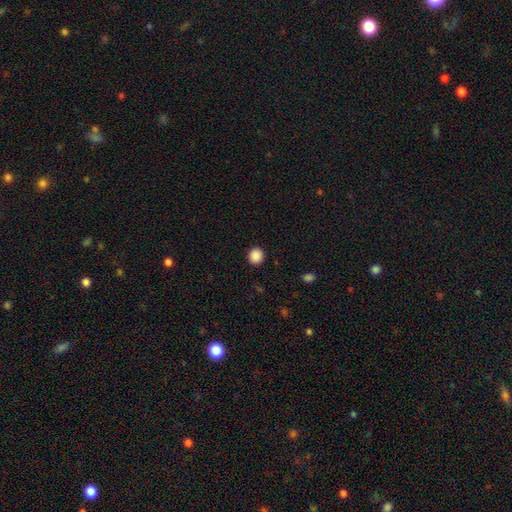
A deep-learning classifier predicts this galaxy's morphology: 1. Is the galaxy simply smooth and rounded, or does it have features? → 89% smooth, 9% star or artifact, 2% featured or disk.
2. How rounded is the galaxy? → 87% round, 12% in between, 1% cigar-shaped.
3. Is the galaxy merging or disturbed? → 92% none, 5% minor disturbance, 2% major disturbance, 1% merger.